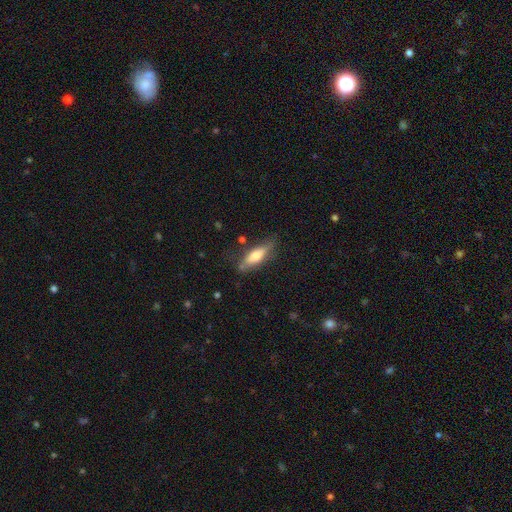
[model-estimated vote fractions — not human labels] A smooth galaxy with no disk features (64%) that is cigar-shaped (52%).

Vote fractions:
- Smooth or featured? smooth: 64% / featured or disk: 30% / star or artifact: 6%
- How rounded? cigar-shaped: 52% / in between: 46% / round: 2%
- Merging? none: 70% / minor disturbance: 21% / major disturbance: 6% / merger: 3%